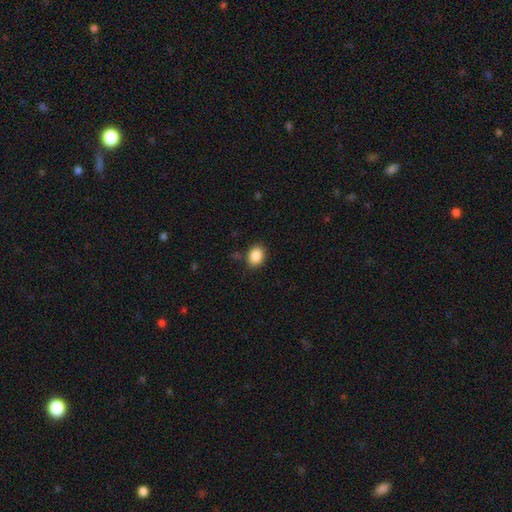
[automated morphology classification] This appears to be a smooth galaxy with no disk features (87%) that is in between round and cigar-shaped (60%). Merging: none (83%).